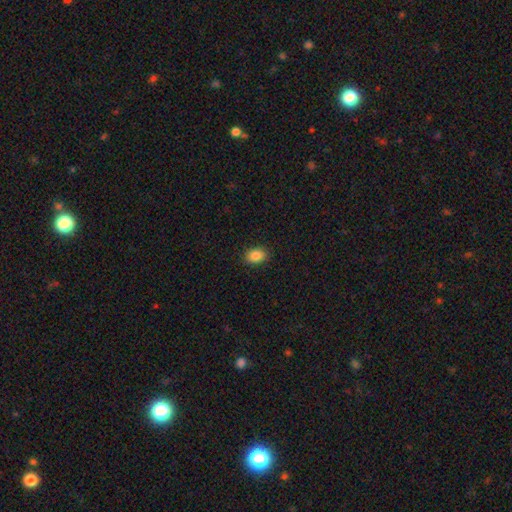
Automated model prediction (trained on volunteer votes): Morphology: type=smooth (87%); roundness=in between (77%); merging=none (90%).